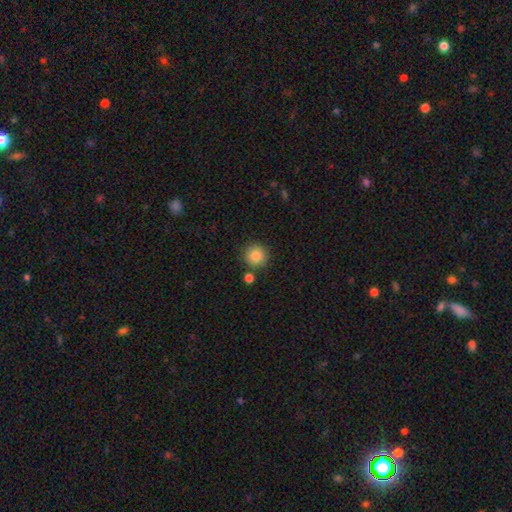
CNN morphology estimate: This appears to be a smooth galaxy with no disk features (84%) that is round (94%). Merging: none (82%).